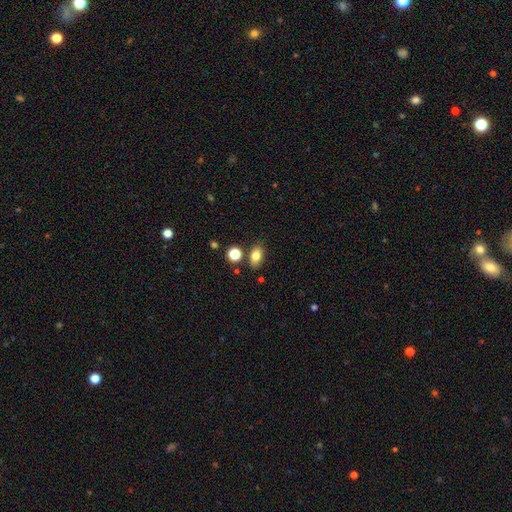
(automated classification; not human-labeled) A smooth galaxy with no disk features (80%) that is in between round and cigar-shaped (84%).

Vote fractions:
- Smooth or featured? smooth: 80% / star or artifact: 11% / featured or disk: 9%
- How rounded? in between: 84% / round: 13% / cigar-shaped: 3%
- Merging? none: 80% / minor disturbance: 11% / merger: 6% / major disturbance: 3%